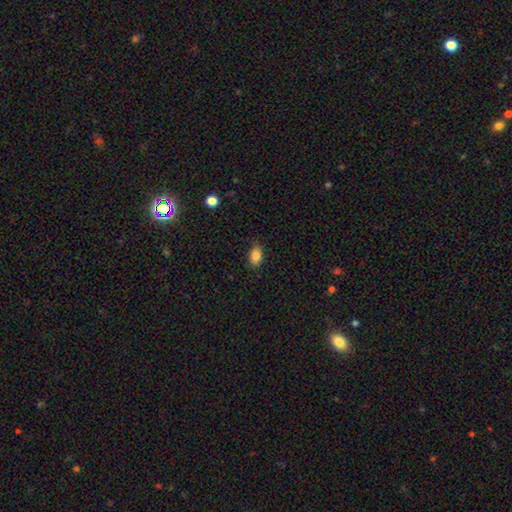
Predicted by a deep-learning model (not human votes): Smooth or featured? smooth (86%)
How rounded? in between (90%)
Merging? none (85%)